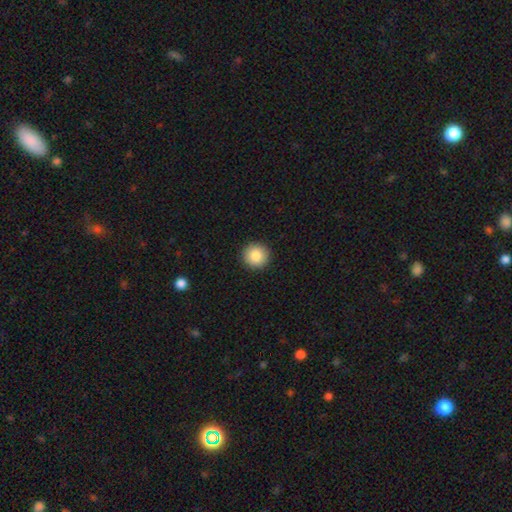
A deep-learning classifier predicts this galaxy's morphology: smooth-or-featured: smooth: 86% | star or artifact: 8% | featured or disk: 6%
  how-rounded: round: 95% | in between: 4% | cigar-shaped: 1%
  merging: none: 93% | minor disturbance: 5% | major disturbance: 2% | merger: 1%